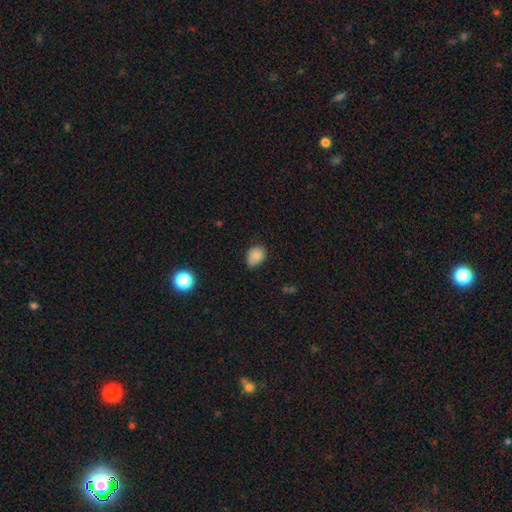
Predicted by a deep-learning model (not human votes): A smooth galaxy with no disk features (83%) that is in between round and cigar-shaped (65%). Merging: none (60%).